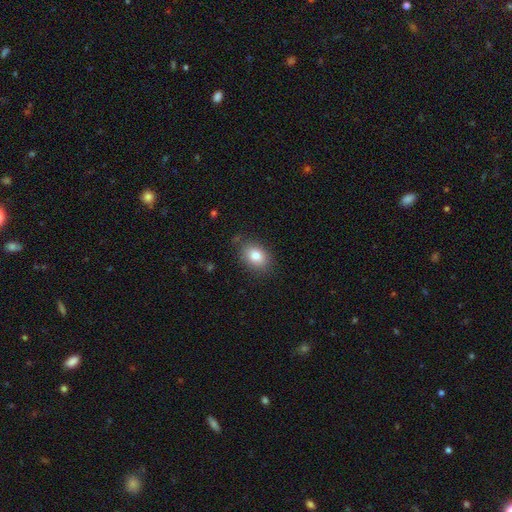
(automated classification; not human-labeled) The model was most divided on "how rounded": in between: 72%, round: 27%, cigar-shaped: 1%. More confident: merging — none (83%); smooth or featured — smooth (82%).